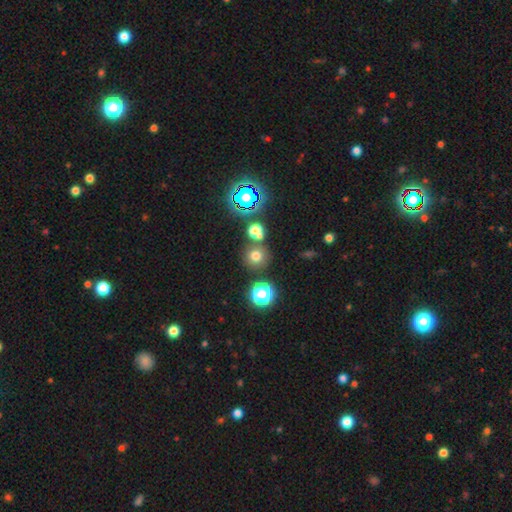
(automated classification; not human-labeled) Morphology: type=smooth (67%); roundness=round (90%); merging=none (75%).